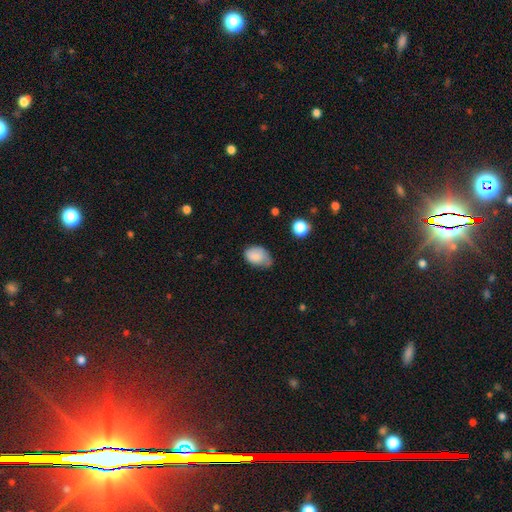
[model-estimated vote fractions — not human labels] This appears to be a smooth galaxy with no disk features (84%) that is in between round and cigar-shaped (81%). Merging: minor disturbance (44%).